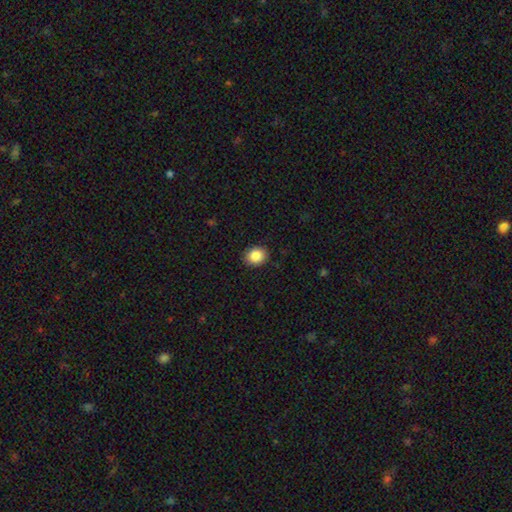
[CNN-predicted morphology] smooth_or_featured: smooth (p=0.87) [alt: star or artifact p=0.09]
how_rounded: round (p=0.60) [alt: in between p=0.39]
merging: none (p=0.89) [alt: minor disturbance p=0.08]